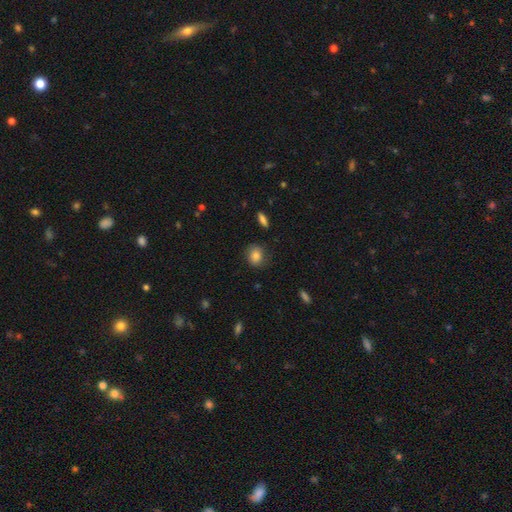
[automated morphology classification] smooth 82%, star or artifact 9%, featured or disk 8%. Down the decision tree: how rounded — round (63%); merging — none (81%).